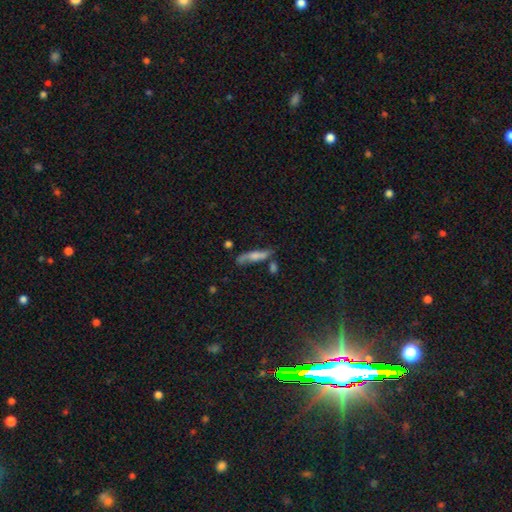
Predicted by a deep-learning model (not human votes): smooth_or_featured: smooth (p=0.61) [alt: featured or disk p=0.32]
how_rounded: cigar-shaped (p=0.73) [alt: in between p=0.24]
merging: none (p=0.57) [alt: minor disturbance p=0.24]